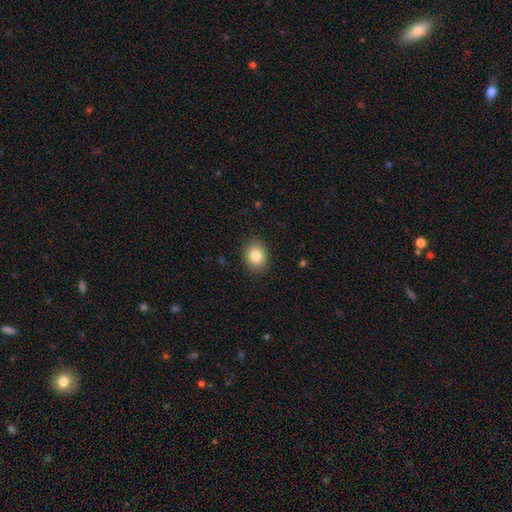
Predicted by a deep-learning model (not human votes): This is clearly a smooth galaxy (84%). How rounded: possibly round (53%). Merging: clearly none (88%).